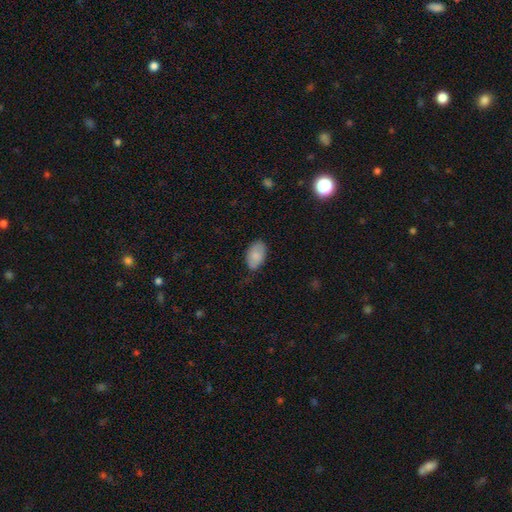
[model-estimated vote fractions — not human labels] This appears to be a smooth galaxy with no disk features (84%) that is in between round and cigar-shaped (93%). Merging: none (72%).